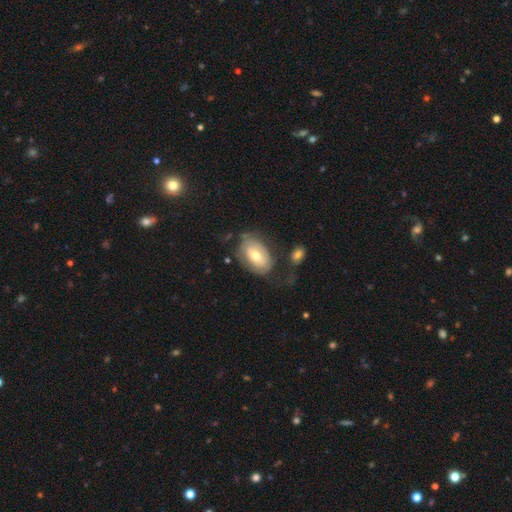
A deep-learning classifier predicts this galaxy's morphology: Smooth or featured: smooth — 52% (featured or disk — 42%)
How rounded: in between — 90% (round — 8%)
Merging: none — 54% (minor disturbance — 24%)